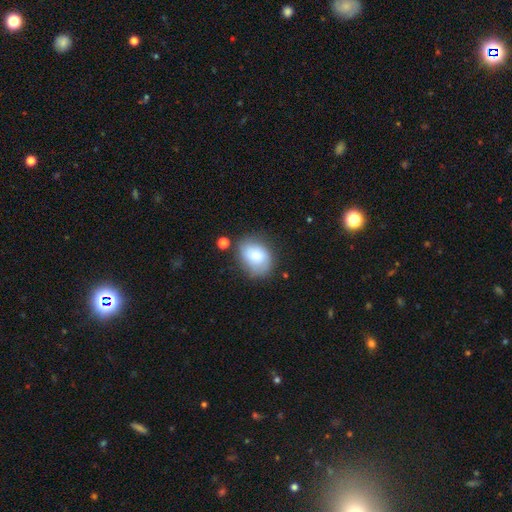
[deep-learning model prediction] The model was most divided on "how rounded": in between: 65%, round: 34%, cigar-shaped: 1%. More confident: smooth or featured — smooth (71%); merging — none (64%).